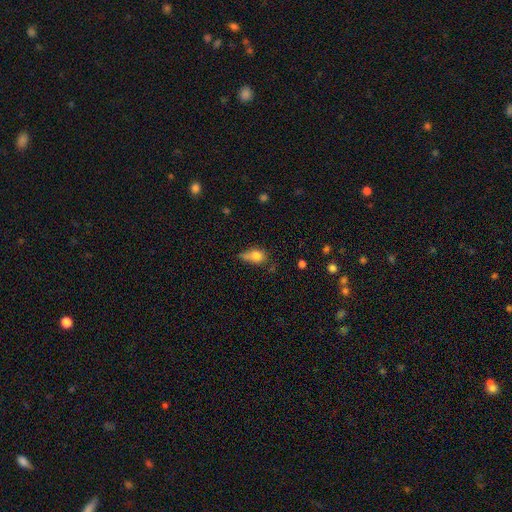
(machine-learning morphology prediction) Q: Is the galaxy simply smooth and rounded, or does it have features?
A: smooth — 76%.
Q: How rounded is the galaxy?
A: in between — 59%.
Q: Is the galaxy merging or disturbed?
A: none — 35%.